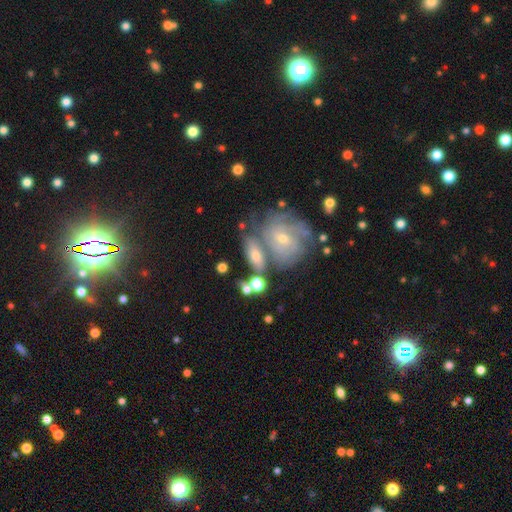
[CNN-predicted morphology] The model was most divided on "smooth or featured": featured or disk: 52%, smooth: 39%, star or artifact: 9%. Remaining: edge-on disk — no (87%); merging — none (46%).